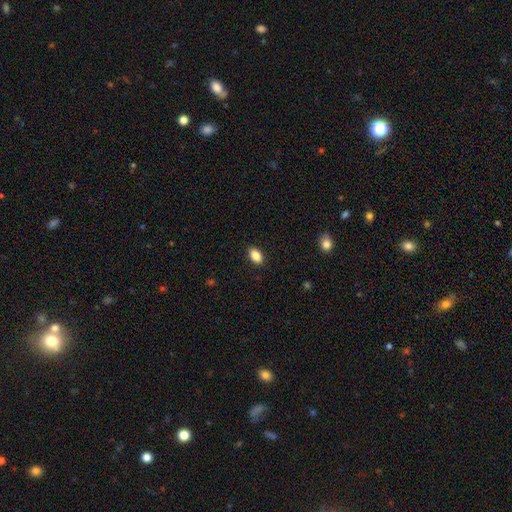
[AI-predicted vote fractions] The model was most divided on "smooth or featured": smooth: 87%, star or artifact: 8%, featured or disk: 5%. More confident: how rounded — in between (90%); merging — none (89%).